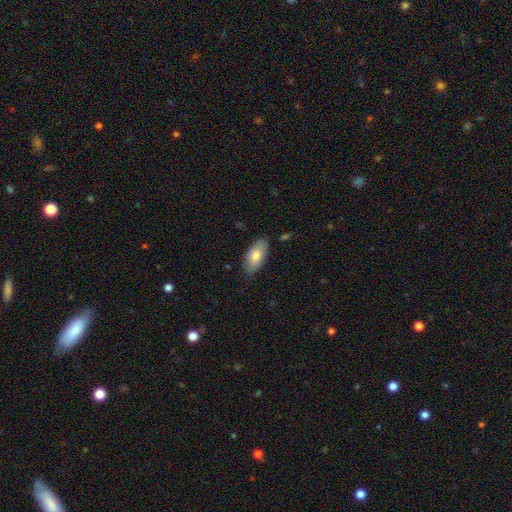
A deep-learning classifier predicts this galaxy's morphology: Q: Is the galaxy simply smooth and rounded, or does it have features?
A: smooth — 80%.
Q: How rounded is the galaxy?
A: in between — 90%.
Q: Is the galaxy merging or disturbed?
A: none — 81%.